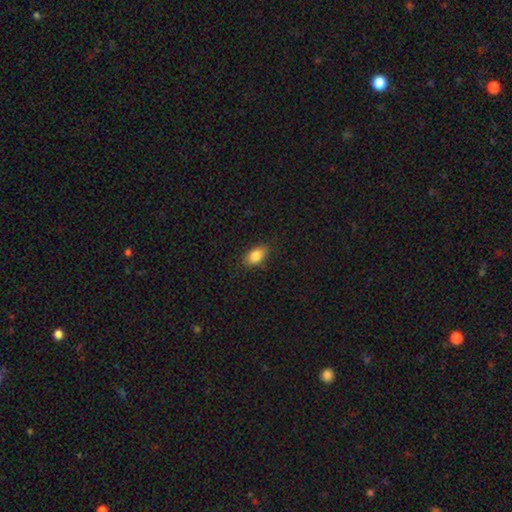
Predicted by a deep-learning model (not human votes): Morphology: type=smooth (85%); roundness=in between (90%); merging=none (85%).